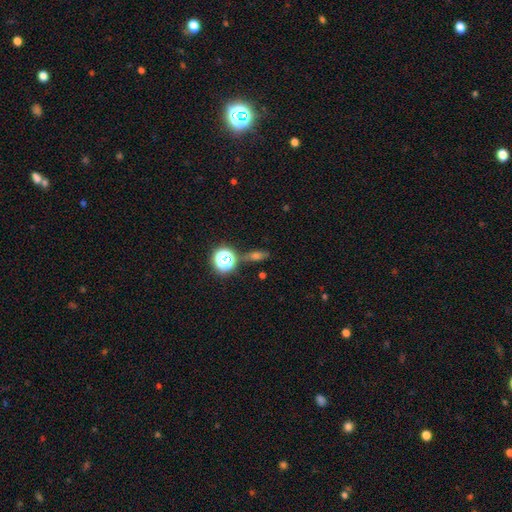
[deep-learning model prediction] A smooth galaxy with no disk features (43%).

Vote fractions:
- Smooth or featured? smooth: 43% / star or artifact: 35% / featured or disk: 22%
- Merging? none: 79% / minor disturbance: 11% / merger: 5% / major disturbance: 4%